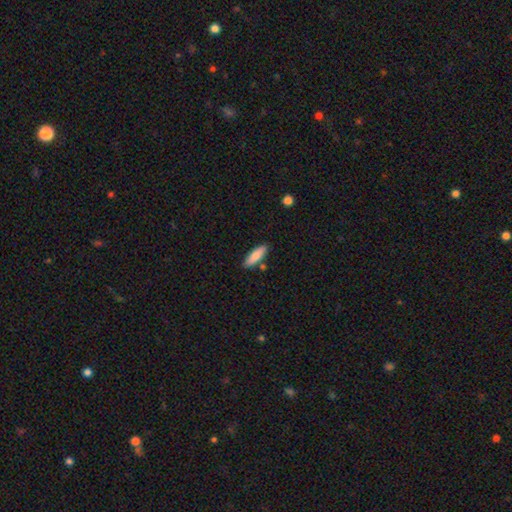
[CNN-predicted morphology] smooth 85%, featured or disk 9%, star or artifact 6%. Down the decision tree: how rounded — cigar-shaped (52%); merging — none (82%).